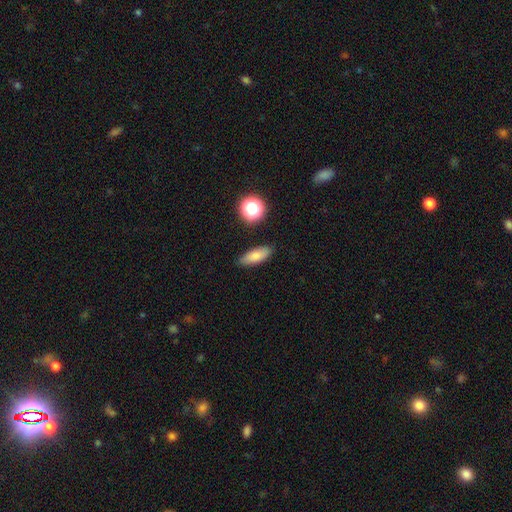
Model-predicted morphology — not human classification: smooth 79%, featured or disk 11%, star or artifact 10%. Down the decision tree: how rounded — in between (67%); merging — none (85%).